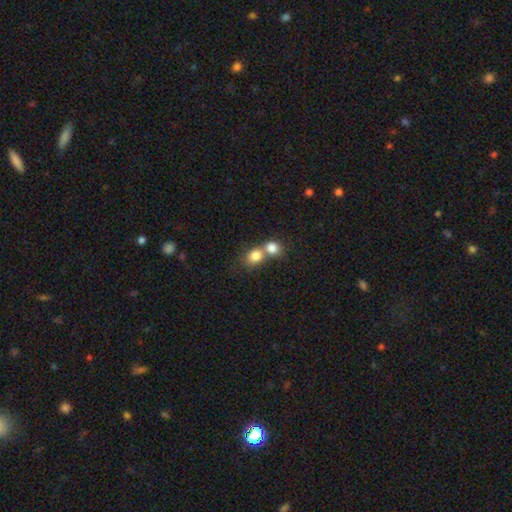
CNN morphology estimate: The model was most divided on "how rounded": round: 64%, in between: 35%, cigar-shaped: 1%. More confident: smooth or featured — smooth (80%); merging — merger (63%).